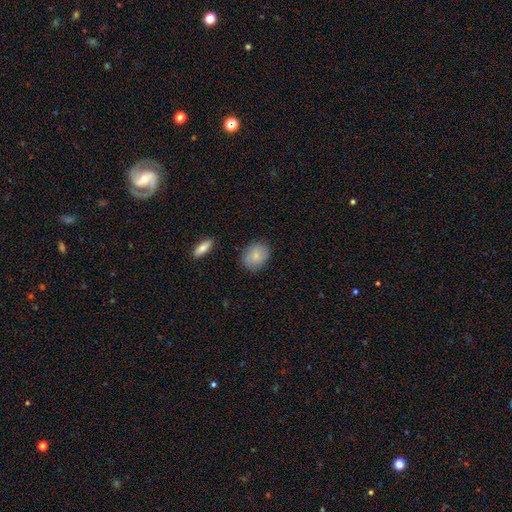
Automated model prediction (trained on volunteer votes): smooth 79%, featured or disk 14%, star or artifact 7%. Down the decision tree: how rounded — round (57%); merging — none (82%).